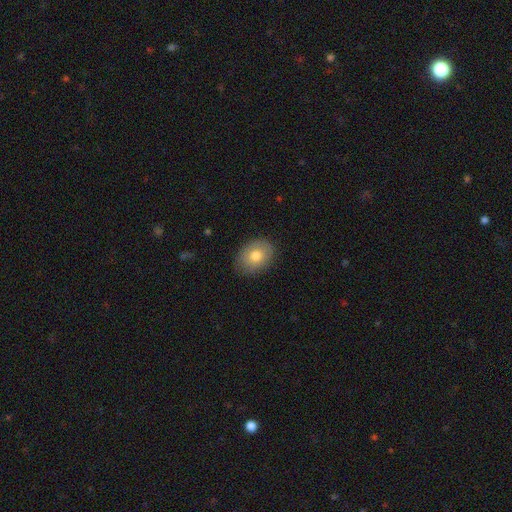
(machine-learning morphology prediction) This appears to be a smooth galaxy with no disk features (77%) that is in between round and cigar-shaped (71%). Merging: none (84%).